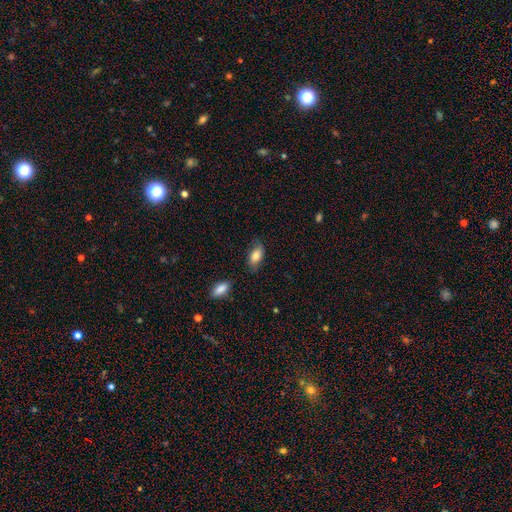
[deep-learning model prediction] Smooth or featured? Predicted: smooth (p=0.82). How rounded? Predicted: in between (p=0.90). Merging? Predicted: none (p=0.71).